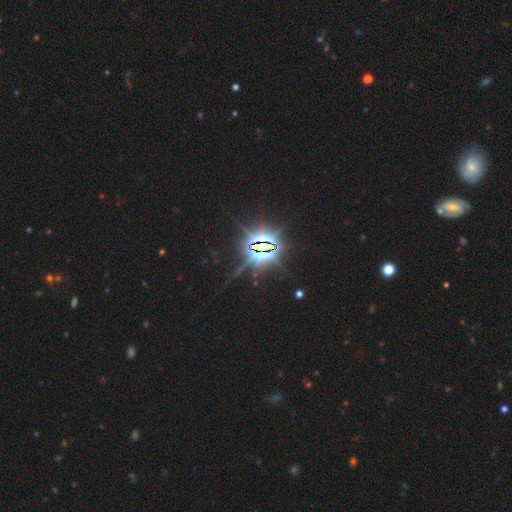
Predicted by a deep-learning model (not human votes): Smooth or featured?
  - star or artifact: 86% *
  - featured or disk: 8%
  - smooth: 6%